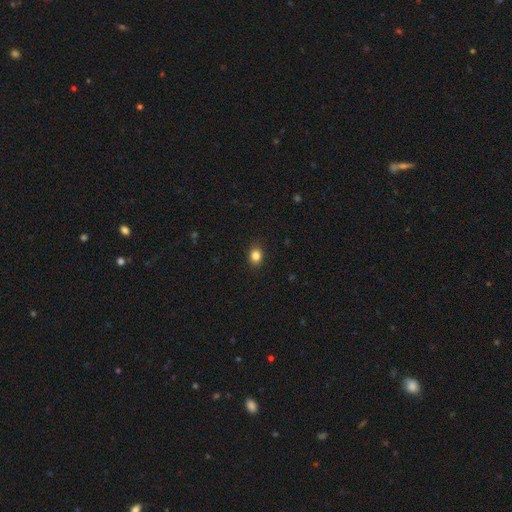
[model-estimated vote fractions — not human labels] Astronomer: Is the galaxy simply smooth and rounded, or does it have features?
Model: smooth — 84%.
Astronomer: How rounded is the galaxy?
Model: in between — 50% (runner-up: round, 49%).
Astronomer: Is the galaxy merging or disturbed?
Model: none — 87%.